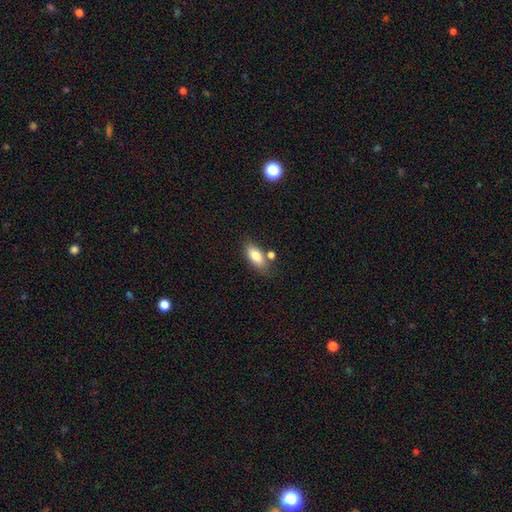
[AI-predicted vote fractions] This is clearly a smooth galaxy (82%). How rounded: clearly in between (84%). Merging: likely none (66%).